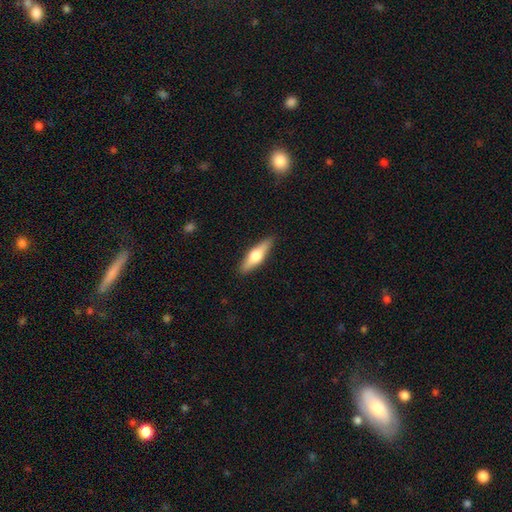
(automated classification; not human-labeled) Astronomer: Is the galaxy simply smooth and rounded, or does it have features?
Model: featured or disk — 48% (runner-up: smooth, 46%).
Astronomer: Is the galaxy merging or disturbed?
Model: none — 89%.